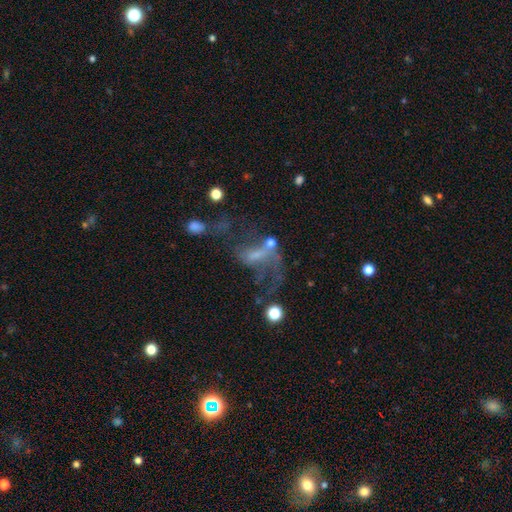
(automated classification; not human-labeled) This appears to be a featured or disk galaxy (59%) with no bar (45%), spiral arms (52%) and no central bulge (39%). Merging: major disturbance (45%).